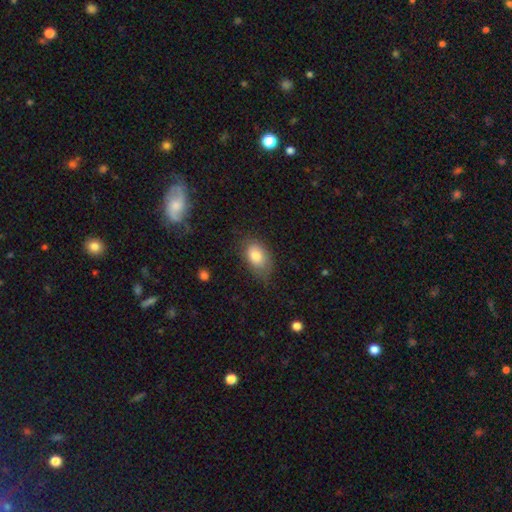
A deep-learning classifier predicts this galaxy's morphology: smooth_or_featured: smooth (p=0.80) [alt: featured or disk p=0.12]
how_rounded: in between (p=0.87) [alt: round p=0.12]
merging: none (p=0.62) [alt: minor disturbance p=0.28]